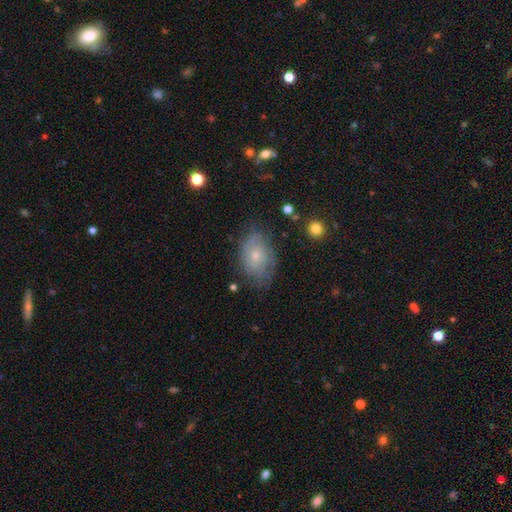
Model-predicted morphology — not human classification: Smooth or featured: featured or disk — 51% (smooth — 40%)
Edge-on disk: no — 94% (yes — 6%)
Merging: none — 66% (minor disturbance — 24%)